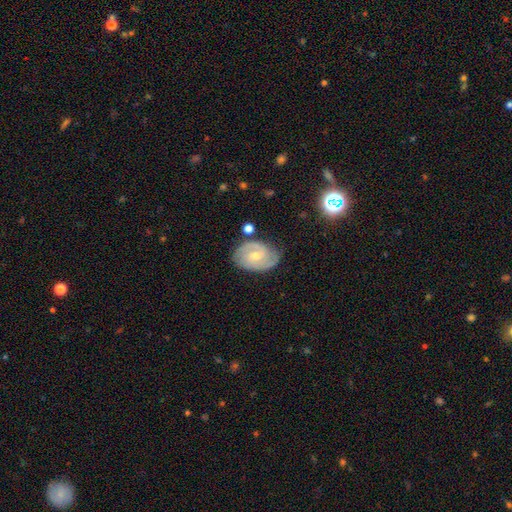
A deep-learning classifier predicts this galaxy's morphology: A featured or disk galaxy (75%) with no bar (49%), 2 (64%) tight (48%) spiral arms (92%) and a small central bulge (52%).

Vote fractions:
- Smooth or featured? featured or disk: 75% / smooth: 19% / star or artifact: 6%
- Edge-on disk? no: 96% / yes: 4%
- Bar? no: 49% / weak: 42% / strong: 8%
- Spiral arms? yes: 92% / no: 8%
- Spiral winding? tight: 48% / medium: 40% / loose: 12%
- Spiral arm count? 2: 64% / can't tell: 17% / 3: 11% / 1: 4% / 4: 2% / more than 4: 2%
- Bulge size? small: 52% / moderate: 45% / large: 1% / none: 1% / dominant: 1%
- Merging? none: 70% / minor disturbance: 21% / major disturbance: 5% / merger: 4%